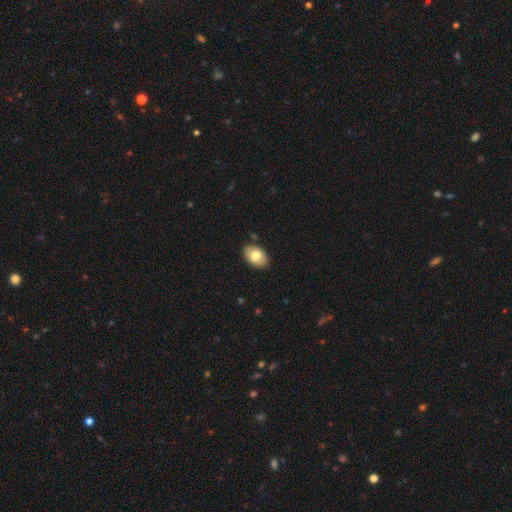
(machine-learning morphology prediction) Overall: smooth (77%). How rounded: in between (89%). Merging: none (87%).